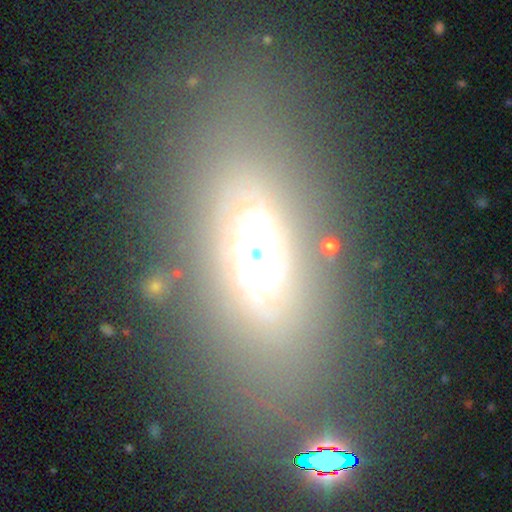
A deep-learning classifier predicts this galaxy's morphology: Overall: featured or disk (60%; smooth 26%). Edge-on disk: no (79%). Merging: none (67%).